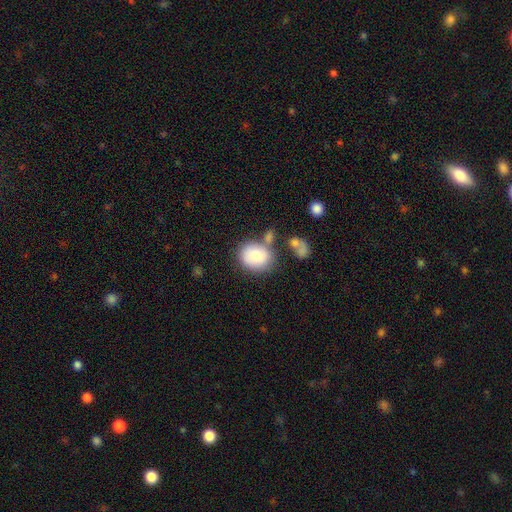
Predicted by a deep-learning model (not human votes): Smooth or featured?
  - smooth: 82% *
  - featured or disk: 11%
  - star or artifact: 7%
How rounded?
  - round: 54% *
  - in between: 45%
  - cigar-shaped: 1%
Merging?
  - none: 56% *
  - minor disturbance: 18%
  - merger: 18%
  - major disturbance: 7%